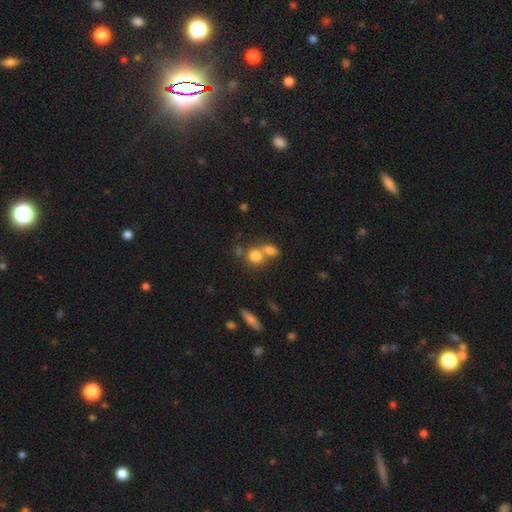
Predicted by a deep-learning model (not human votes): Overall: smooth (78%). How rounded: round (72%). Merging: merger (49%; none 38%).